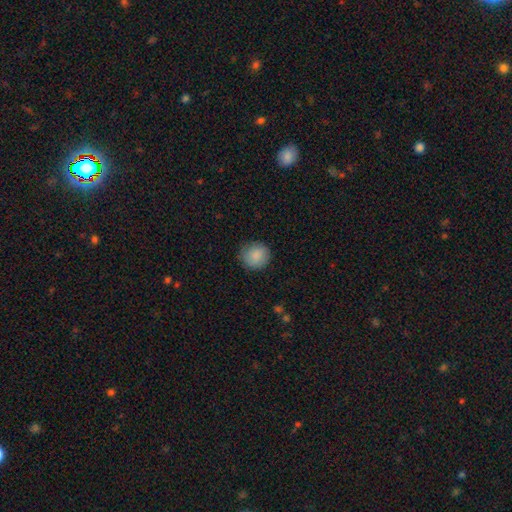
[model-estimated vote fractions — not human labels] A smooth galaxy with no disk features (87%) that is round (91%).

Vote fractions:
- Smooth or featured? smooth: 87% / star or artifact: 7% / featured or disk: 5%
- How rounded? round: 91% / in between: 8% / cigar-shaped: 1%
- Merging? none: 84% / minor disturbance: 12% / major disturbance: 3% / merger: 1%